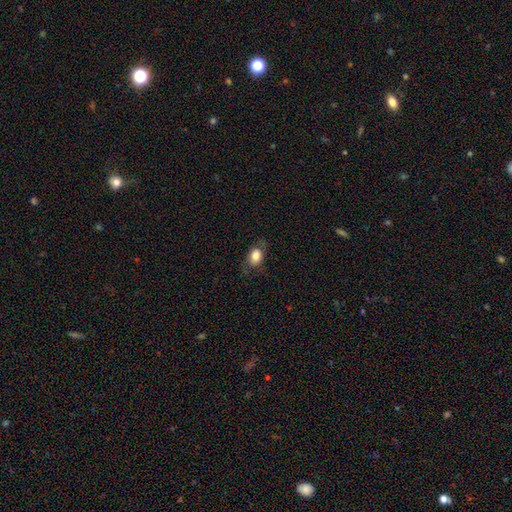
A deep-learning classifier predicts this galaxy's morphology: type=smooth (79%); roundness=in between (73%); merging=none (72%).